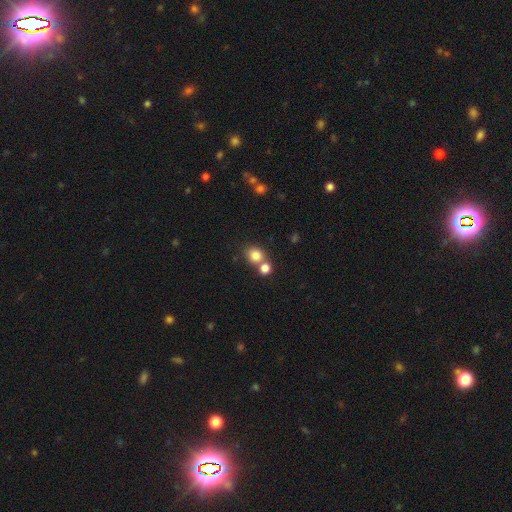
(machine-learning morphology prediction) Smooth or featured?
  - smooth: 81% *
  - star or artifact: 12%
  - featured or disk: 7%
How rounded?
  - round: 76% *
  - in between: 23%
  - cigar-shaped: 1%
Merging?
  - none: 52% *
  - merger: 37%
  - minor disturbance: 8%
  - major disturbance: 3%